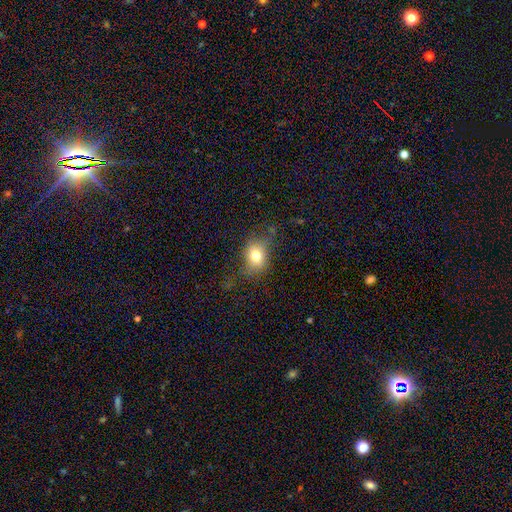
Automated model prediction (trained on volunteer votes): The model was most divided on "how rounded": in between: 59%, round: 40%, cigar-shaped: 2%. More confident: smooth or featured — smooth (72%); merging — none (62%).